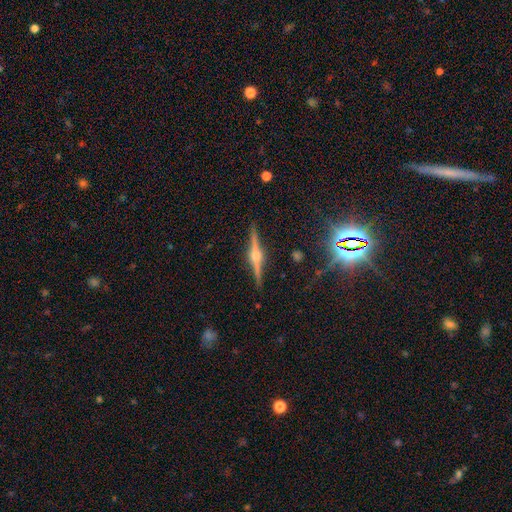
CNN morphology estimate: A featured or disk galaxy (84%) viewed edge-on (98%) with a rounded central bulge (92%).

Vote fractions:
- Smooth or featured? featured or disk: 84% / star or artifact: 9% / smooth: 7%
- Edge-on disk? yes: 98% / no: 2%
- Edge-on bulge? rounded: 92% / boxy: 6% / none: 2%
- Merging? none: 91% / minor disturbance: 7% / major disturbance: 2% / merger: 1%